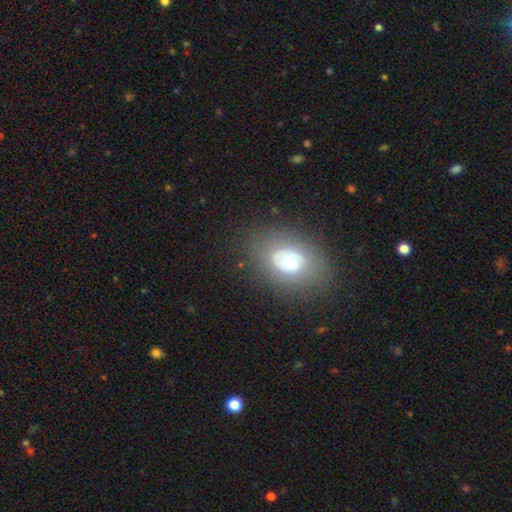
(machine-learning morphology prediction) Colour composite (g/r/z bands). It shows a smooth galaxy with no disk features (71%) that is in between round and cigar-shaped (74%). Merging: none (88%).